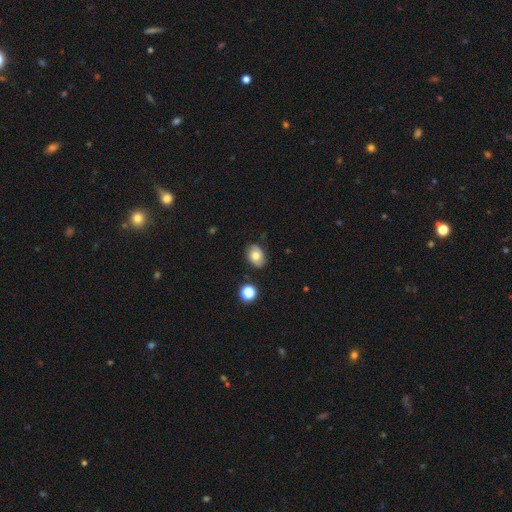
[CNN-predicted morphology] Q: Smooth or featured?
A: smooth (71%); runner-up: featured or disk (19%)
Q: How rounded?
A: in between (75%); runner-up: round (24%)
Q: Merging?
A: none (84%); runner-up: minor disturbance (12%)